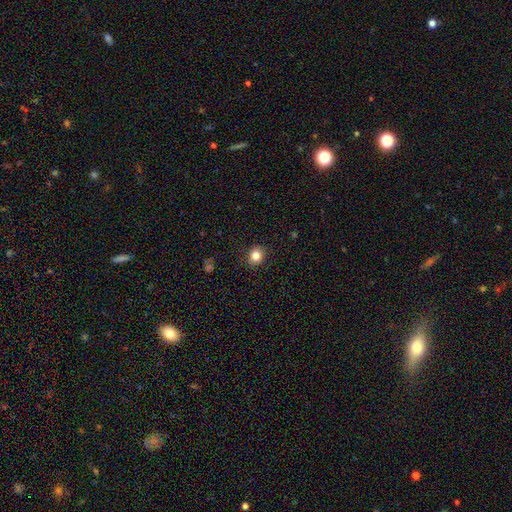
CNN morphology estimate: The model was most divided on "how rounded": round: 72%, in between: 27%, cigar-shaped: 1%. More confident: merging — none (89%); smooth or featured — smooth (84%).